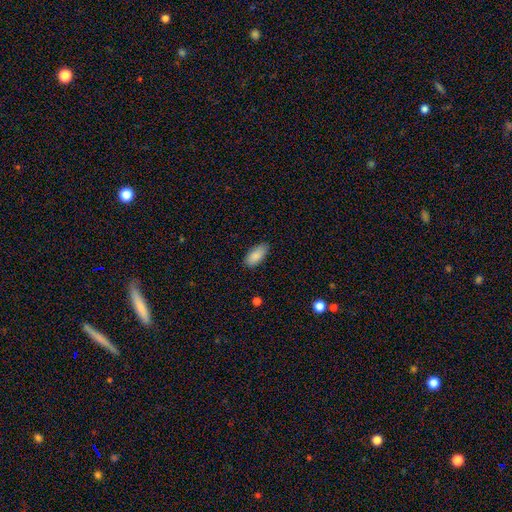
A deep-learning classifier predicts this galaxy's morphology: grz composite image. It shows a smooth galaxy with no disk features (88%) that is in between round and cigar-shaped (89%). Merging: none (83%).